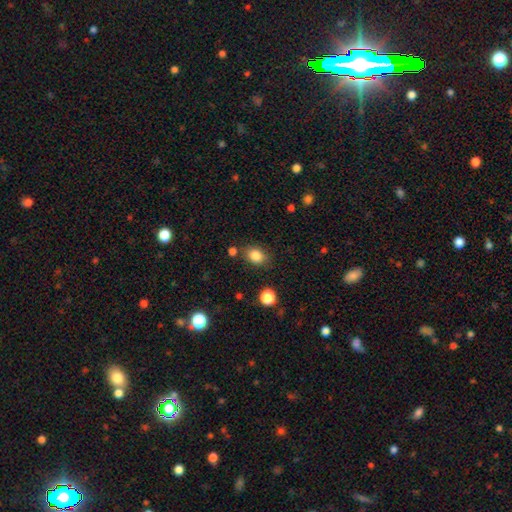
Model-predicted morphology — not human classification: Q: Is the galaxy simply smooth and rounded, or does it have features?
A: smooth — 85%.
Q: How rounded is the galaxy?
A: in between — 62%.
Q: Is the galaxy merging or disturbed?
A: none — 77%.